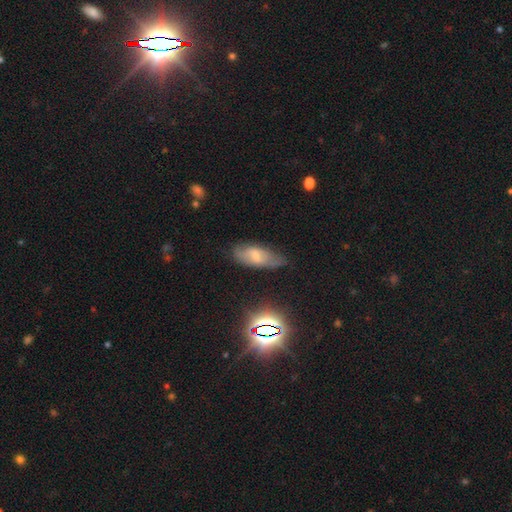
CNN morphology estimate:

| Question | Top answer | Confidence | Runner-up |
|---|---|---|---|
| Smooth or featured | smooth | 53% | featured or disk (34%) |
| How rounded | in between | 84% | cigar-shaped (13%) |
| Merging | none | 62% | minor disturbance (28%) |